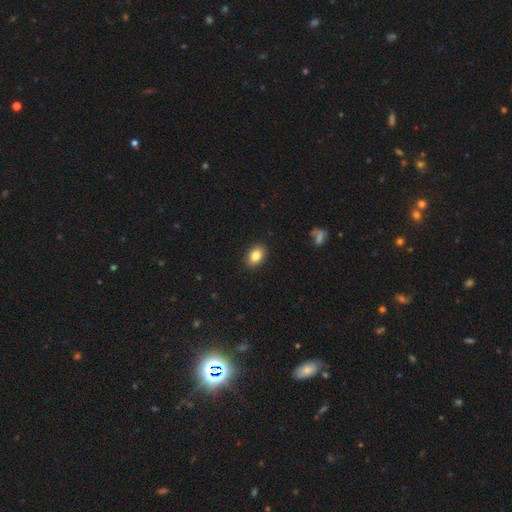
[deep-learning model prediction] Morphology: type=smooth (84%); roundness=in between (78%); merging=none (90%).